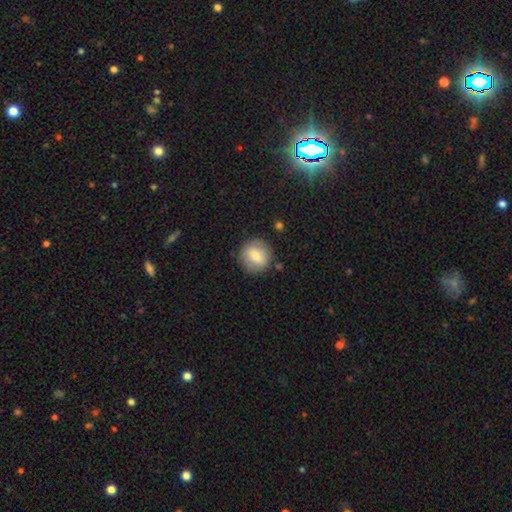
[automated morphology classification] Smooth or featured? smooth (72%)
How rounded? round (86%)
Merging? none (84%)